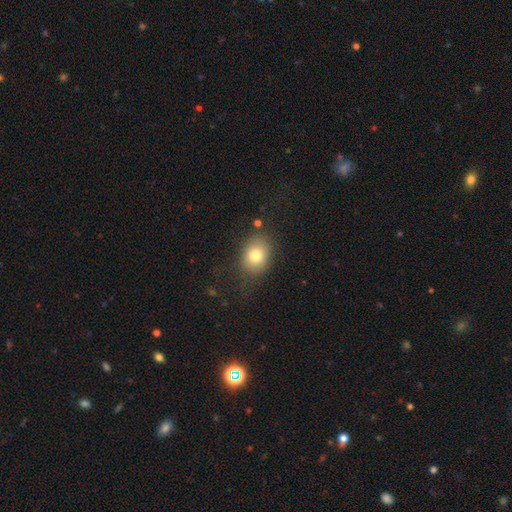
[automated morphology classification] This is likely a smooth galaxy (78%). How rounded: possibly in between (56%). Merging: likely none (74%).